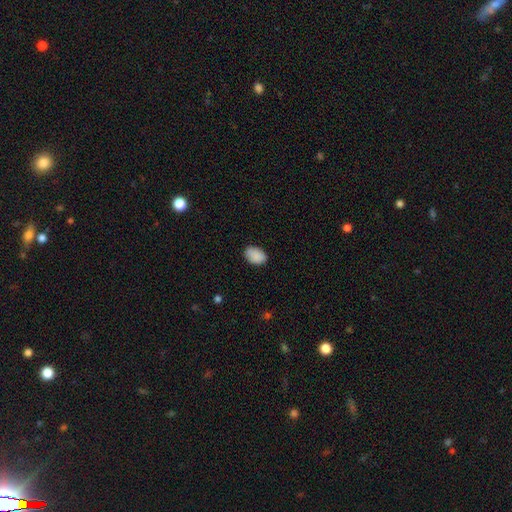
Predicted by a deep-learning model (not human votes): Smooth or featured: smooth — 90% (star or artifact — 7%)
How rounded: in between — 85% (round — 14%)
Merging: none — 84% (minor disturbance — 13%)